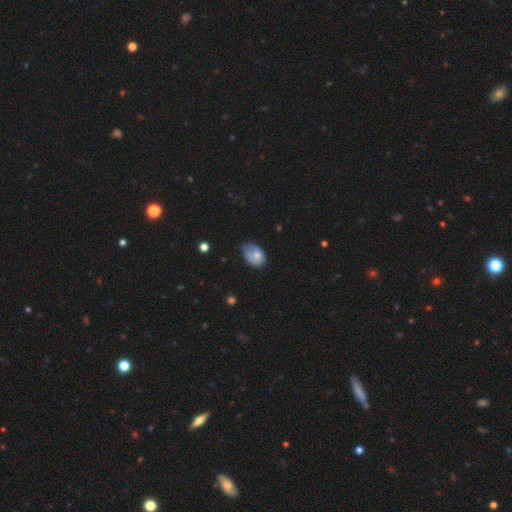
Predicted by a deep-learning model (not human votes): The model was most divided on "merging": minor disturbance: 44%, none: 36%, major disturbance: 18%, merger: 2%. More confident: how rounded — in between (82%); smooth or featured — smooth (73%).